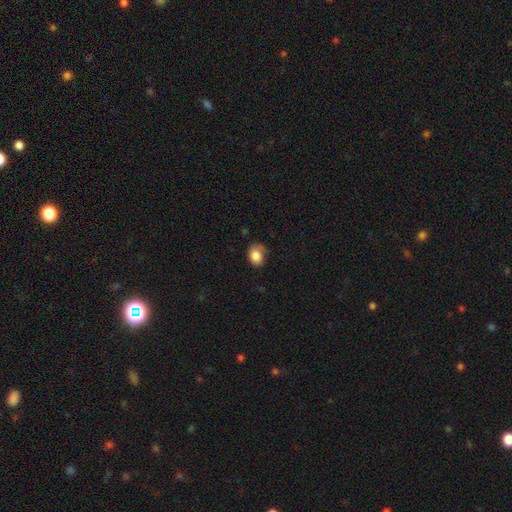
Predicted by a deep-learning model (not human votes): smooth 83%, featured or disk 9%, star or artifact 8%. Down the decision tree: how rounded — in between (60%); merging — none (54%).